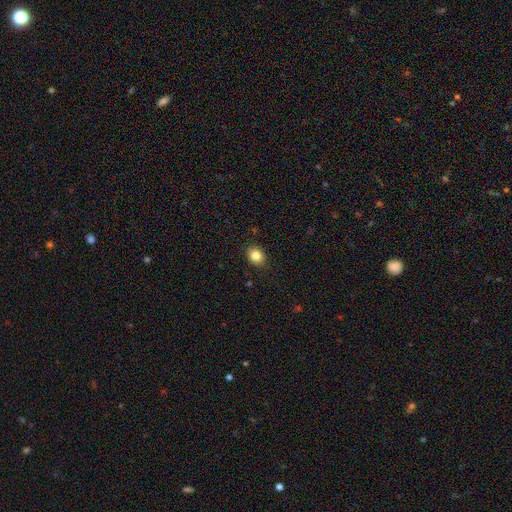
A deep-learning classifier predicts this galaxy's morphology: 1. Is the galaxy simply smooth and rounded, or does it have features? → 85% smooth, 10% star or artifact, 5% featured or disk.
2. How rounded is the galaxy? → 55% round, 44% in between, 1% cigar-shaped.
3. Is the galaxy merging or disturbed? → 88% none, 8% minor disturbance, 2% major disturbance, 1% merger.